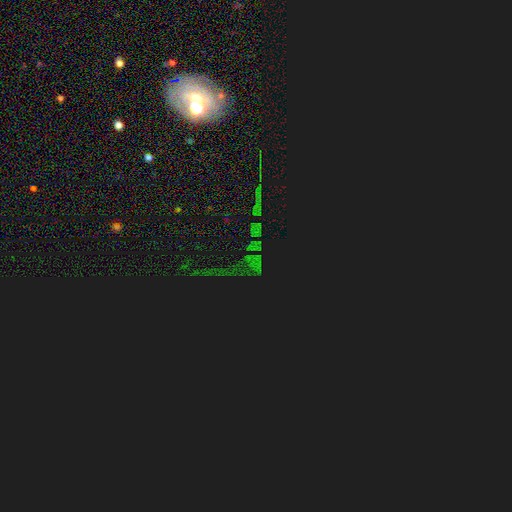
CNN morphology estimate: Smooth or featured? star or artifact (83%)